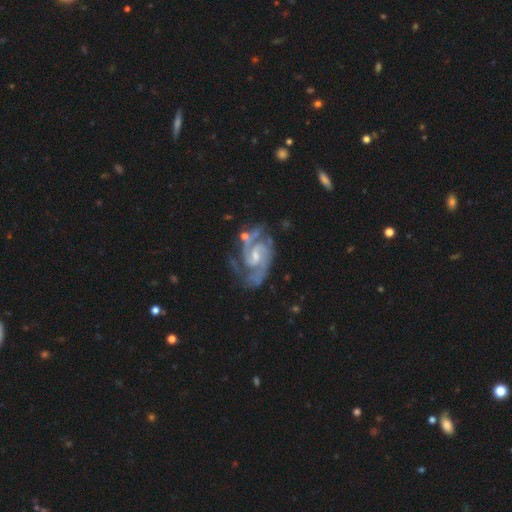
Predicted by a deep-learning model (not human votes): The model was most divided on "spiral winding": medium: 51%, tight: 40%, loose: 8%. More confident: spiral arms — yes (98%); edge-on disk — no (98%); smooth or featured — featured or disk (92%); spiral arm count — 2 (71%); merging — none (64%); bar — weak (53%); bulge size — small (52%).